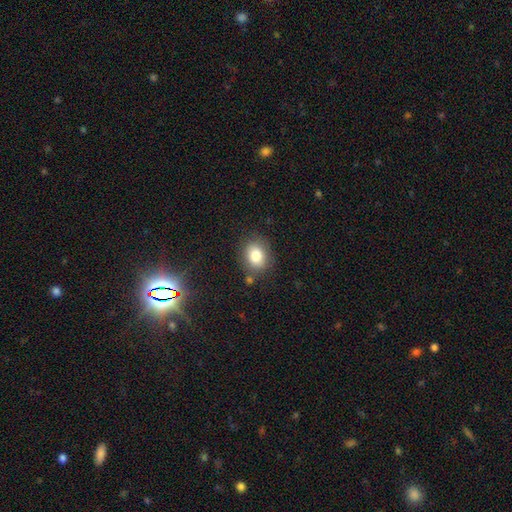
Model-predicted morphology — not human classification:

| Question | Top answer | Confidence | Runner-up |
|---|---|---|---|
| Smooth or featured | smooth | 82% | star or artifact (10%) |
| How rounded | round | 53% | in between (46%) |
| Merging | none | 80% | minor disturbance (13%) |